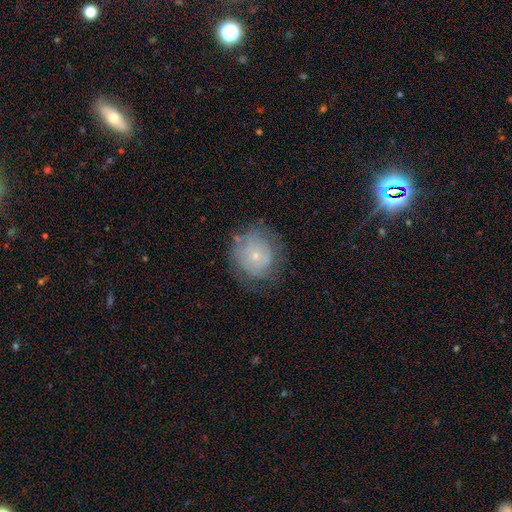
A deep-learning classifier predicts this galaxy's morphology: smooth_or_featured: smooth (p=0.52) [alt: featured or disk p=0.38]
how_rounded: round (p=0.84) [alt: in between p=0.15]
merging: none (p=0.63) [alt: minor disturbance p=0.23]